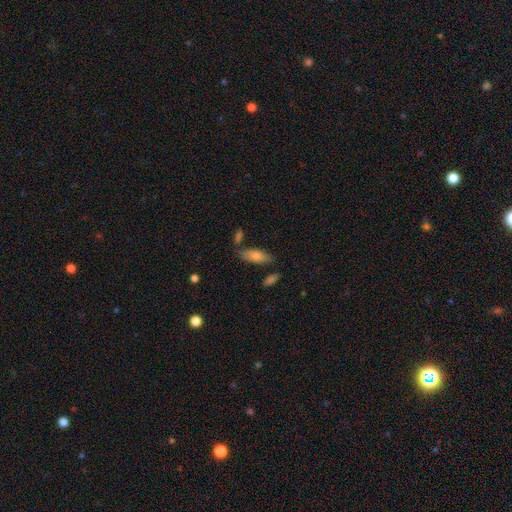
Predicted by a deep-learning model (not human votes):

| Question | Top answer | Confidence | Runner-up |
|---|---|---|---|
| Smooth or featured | smooth | 72% | featured or disk (21%) |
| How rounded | in between | 66% | cigar-shaped (31%) |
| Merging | none | 76% | minor disturbance (13%) |